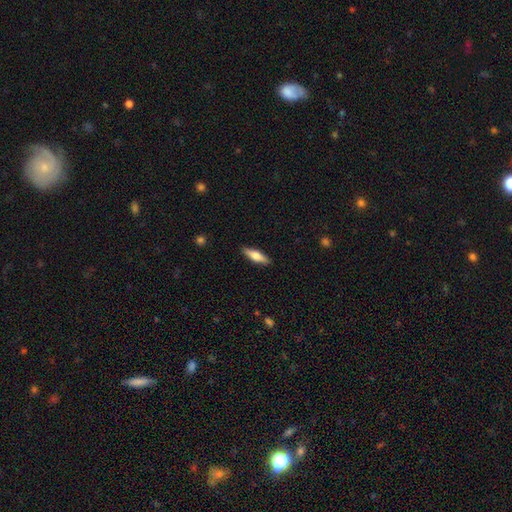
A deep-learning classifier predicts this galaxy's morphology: smooth 61%, featured or disk 34%, star or artifact 6%. Down the decision tree: how rounded — cigar-shaped (59%); merging — none (89%).